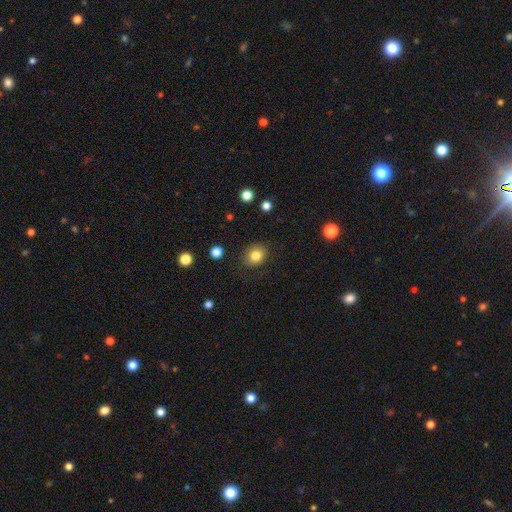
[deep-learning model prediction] smooth 82%, star or artifact 10%, featured or disk 8%. Down the decision tree: how rounded — round (56%); merging — none (84%).